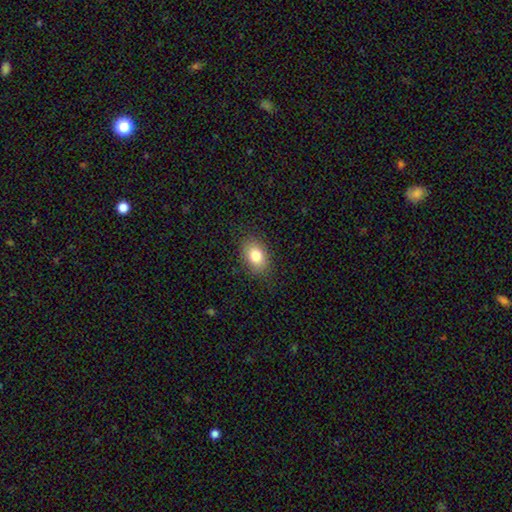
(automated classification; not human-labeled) Smooth or featured: smooth — 81% (featured or disk — 10%)
How rounded: in between — 81% (round — 18%)
Merging: none — 86% (minor disturbance — 10%)